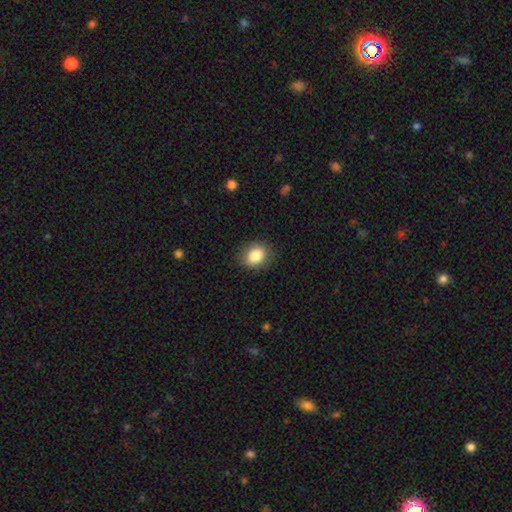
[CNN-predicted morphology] smooth-or-featured: smooth: 85% | star or artifact: 9% | featured or disk: 6%
  how-rounded: round: 58% | in between: 41% | cigar-shaped: 1%
  merging: none: 86% | minor disturbance: 10% | major disturbance: 3% | merger: 1%